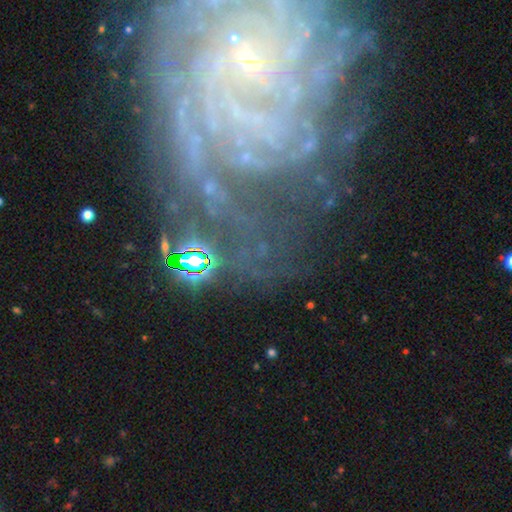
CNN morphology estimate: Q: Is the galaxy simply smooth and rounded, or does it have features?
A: featured or disk — 72%.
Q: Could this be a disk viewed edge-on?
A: no — 96%.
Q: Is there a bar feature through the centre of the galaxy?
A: no — 51%.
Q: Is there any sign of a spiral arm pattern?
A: yes — 87%.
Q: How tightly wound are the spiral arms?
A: tight — 71%.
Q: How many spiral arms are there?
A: can't tell — 33%.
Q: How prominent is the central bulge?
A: small — 58%.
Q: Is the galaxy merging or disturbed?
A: none — 62%.